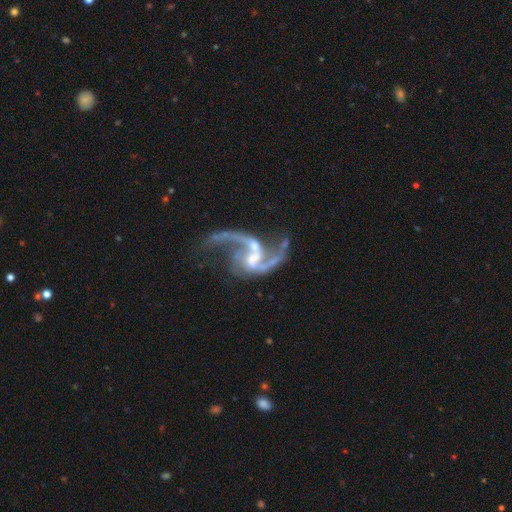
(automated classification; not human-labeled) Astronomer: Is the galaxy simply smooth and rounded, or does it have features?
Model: featured or disk — 91%.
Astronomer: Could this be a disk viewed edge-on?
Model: no — 98%.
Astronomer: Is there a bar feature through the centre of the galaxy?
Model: weak — 47% (runner-up: no, 32%).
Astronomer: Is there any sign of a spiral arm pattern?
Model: yes — 96%.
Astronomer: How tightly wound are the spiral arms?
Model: loose — 75%.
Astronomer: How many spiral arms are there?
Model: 2 — 87%.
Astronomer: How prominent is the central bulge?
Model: small — 46% (runner-up: moderate, 30%).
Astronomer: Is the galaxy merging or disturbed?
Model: none — 42% (runner-up: major disturbance, 26%).